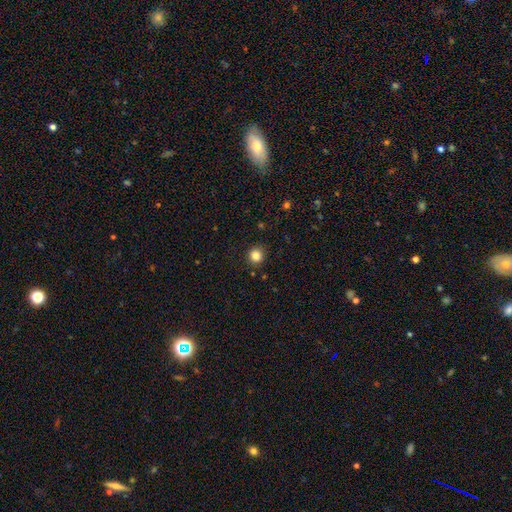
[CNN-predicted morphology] The model was most divided on "smooth or featured": smooth: 84%, star or artifact: 12%, featured or disk: 4%. More confident: how rounded — round (92%); merging — none (91%).